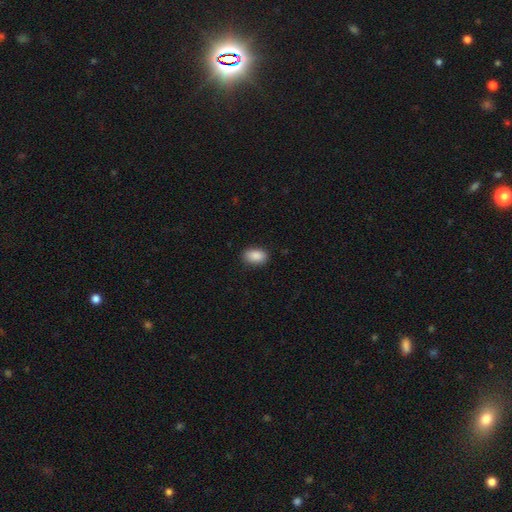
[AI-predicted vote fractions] smooth 89%, star or artifact 7%, featured or disk 3%. Down the decision tree: how rounded — in between (89%); merging — none (87%).